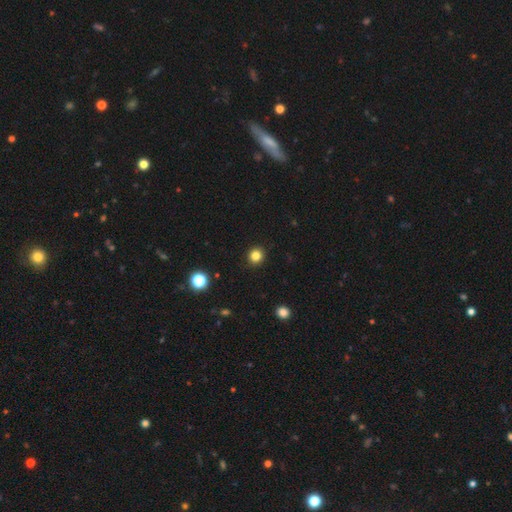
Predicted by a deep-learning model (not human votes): Smooth or featured? Predicted: smooth (p=0.82). How rounded? Predicted: round (p=0.88). Merging? Predicted: none (p=0.92).